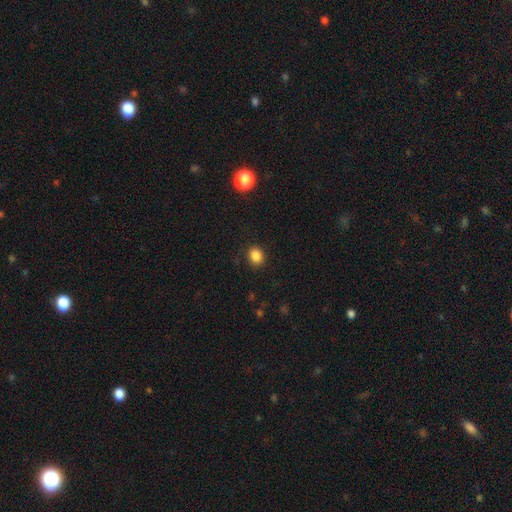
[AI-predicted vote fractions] Smooth or featured: smooth — 86% (star or artifact — 11%)
How rounded: round — 58% (in between — 41%)
Merging: none — 87% (minor disturbance — 9%)